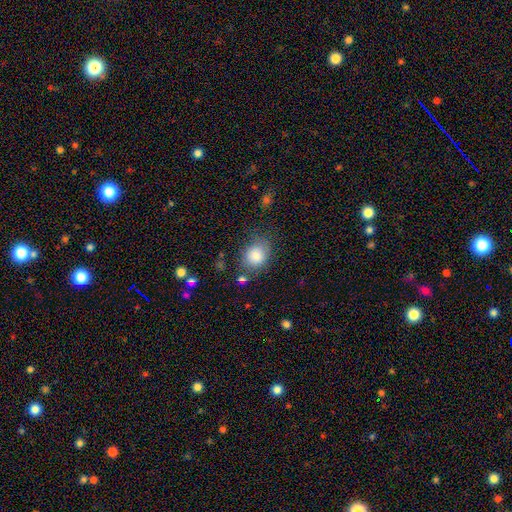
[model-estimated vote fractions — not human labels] smooth-or-featured: smooth: 84% | star or artifact: 8% | featured or disk: 8%
  how-rounded: round: 51% | in between: 48% | cigar-shaped: 1%
  merging: none: 64% | minor disturbance: 23% | major disturbance: 8% | merger: 4%